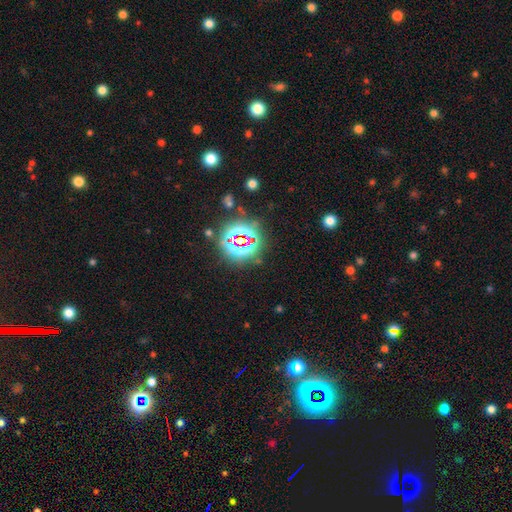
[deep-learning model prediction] This is clearly a star or artifact rather than a galaxy (83%).